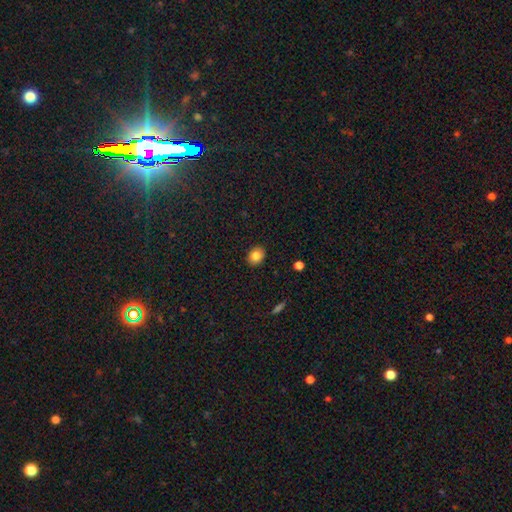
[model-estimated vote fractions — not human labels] smooth-or-featured: smooth: 83% | star or artifact: 9% | featured or disk: 7%
  how-rounded: in between: 56% | round: 43% | cigar-shaped: 1%
  merging: none: 90% | minor disturbance: 7% | major disturbance: 2% | merger: 1%